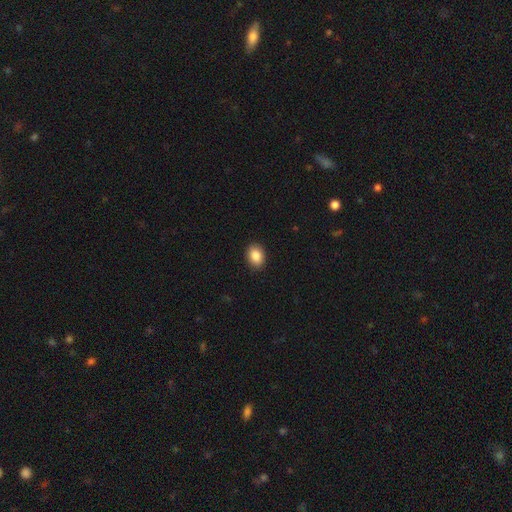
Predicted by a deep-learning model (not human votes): Smooth or featured: smooth — 88% (star or artifact — 8%)
How rounded: in between — 73% (round — 26%)
Merging: none — 90% (minor disturbance — 7%)